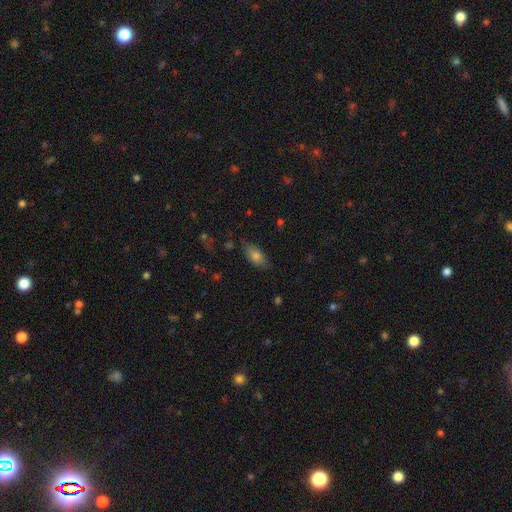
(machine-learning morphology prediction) type=smooth (77%); roundness=in between (88%); merging=none (76%).